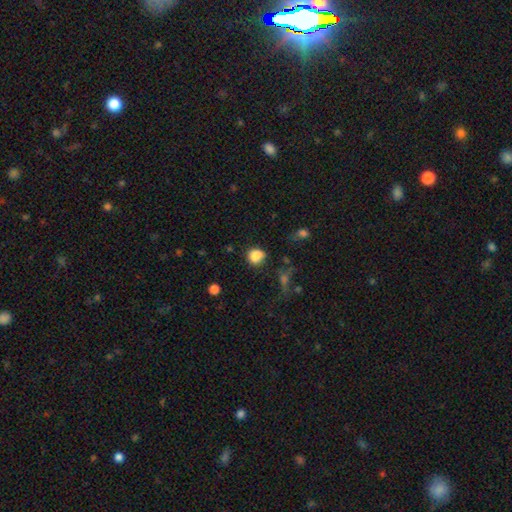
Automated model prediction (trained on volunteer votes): A smooth galaxy with no disk features (84%) that is round (66%).

Vote fractions:
- Smooth or featured? smooth: 84% / star or artifact: 11% / featured or disk: 5%
- How rounded? round: 66% / in between: 33% / cigar-shaped: 1%
- Merging? none: 65% / minor disturbance: 22% / major disturbance: 8% / merger: 6%